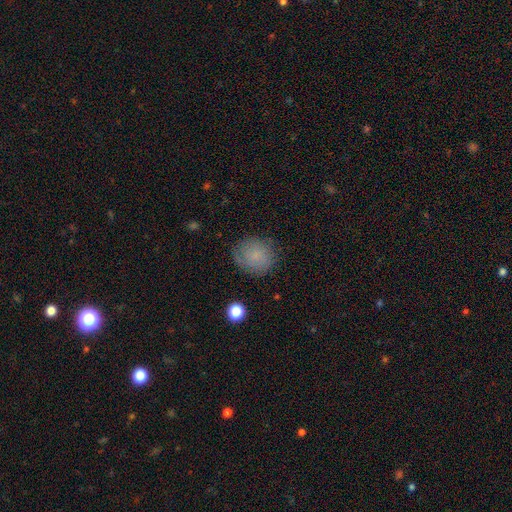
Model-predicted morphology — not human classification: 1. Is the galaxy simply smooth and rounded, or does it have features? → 74% smooth, 15% featured or disk, 11% star or artifact.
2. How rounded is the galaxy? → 78% round, 21% in between, 1% cigar-shaped.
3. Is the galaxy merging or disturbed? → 75% none, 18% minor disturbance, 5% major disturbance, 1% merger.